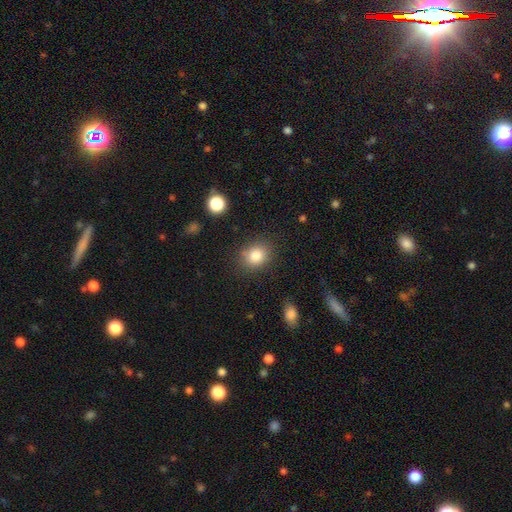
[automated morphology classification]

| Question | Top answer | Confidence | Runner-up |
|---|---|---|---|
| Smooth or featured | smooth | 84% | star or artifact (10%) |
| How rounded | round | 63% | in between (36%) |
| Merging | none | 82% | minor disturbance (12%) |